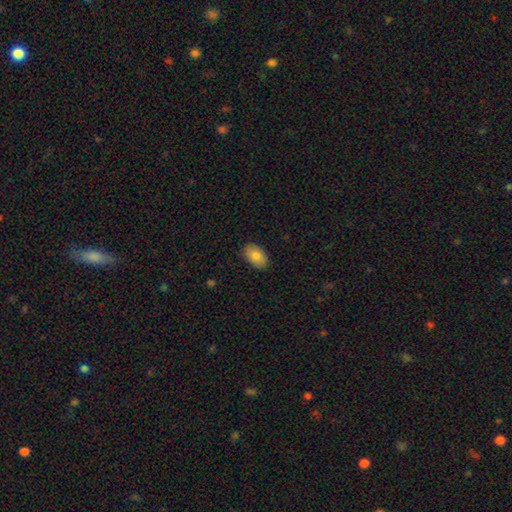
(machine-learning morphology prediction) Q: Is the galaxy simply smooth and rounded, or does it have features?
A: smooth — 85%.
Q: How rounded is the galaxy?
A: in between — 91%.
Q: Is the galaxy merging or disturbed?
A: none — 87%.